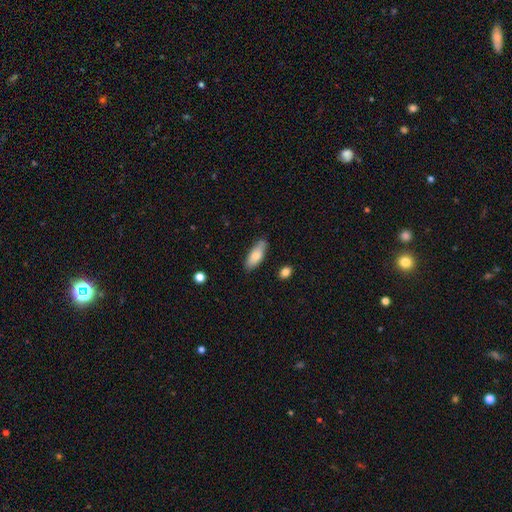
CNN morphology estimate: A smooth galaxy with no disk features (76%) that is in between round and cigar-shaped (73%).

Vote fractions:
- Smooth or featured? smooth: 76% / featured or disk: 18% / star or artifact: 6%
- How rounded? in between: 73% / cigar-shaped: 25% / round: 2%
- Merging? none: 77% / minor disturbance: 18% / major disturbance: 3% / merger: 2%